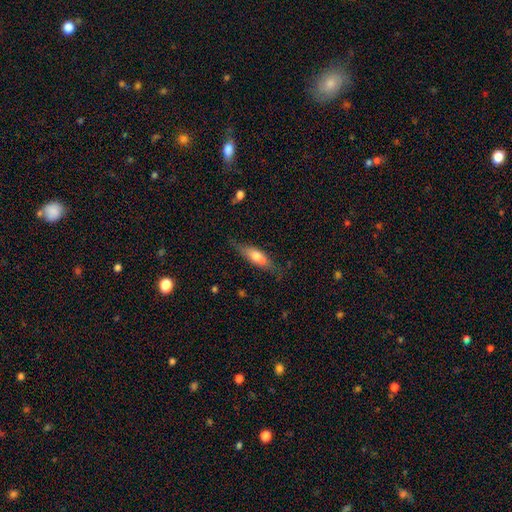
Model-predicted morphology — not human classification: type=smooth (59%); roundness=in between (50%); merging=none (64%).